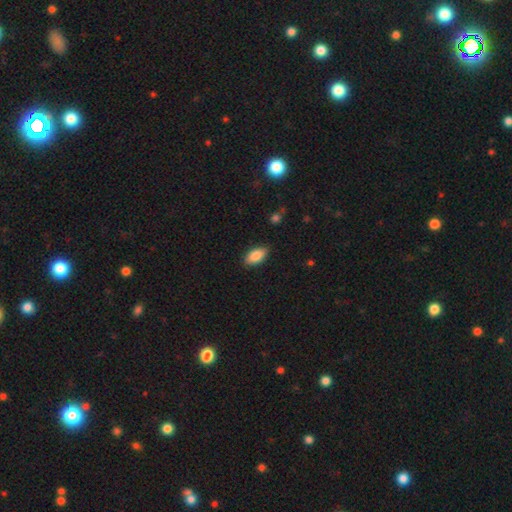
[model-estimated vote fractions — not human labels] Smooth or featured: smooth — 87% (featured or disk — 7%)
How rounded: in between — 91% (cigar-shaped — 6%)
Merging: none — 86% (minor disturbance — 10%)